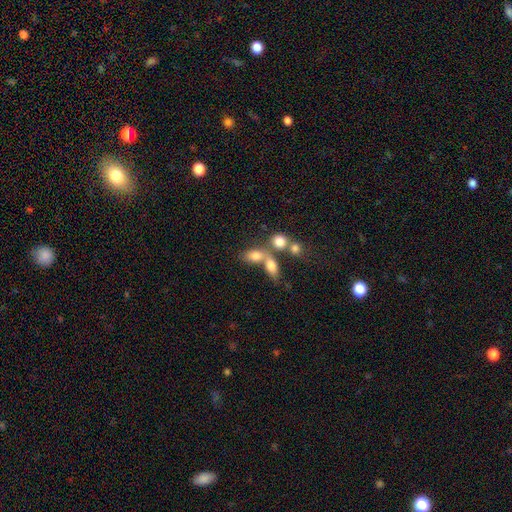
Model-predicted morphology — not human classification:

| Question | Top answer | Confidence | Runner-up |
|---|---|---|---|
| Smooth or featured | smooth | 76% | featured or disk (14%) |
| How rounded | in between | 79% | round (16%) |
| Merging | merger | 51% | none (34%) |